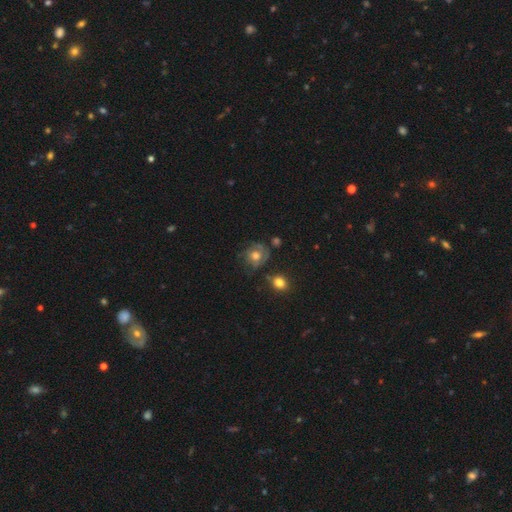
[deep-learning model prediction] Q: Smooth or featured?
A: featured or disk (50%); runner-up: smooth (40%)
Q: Merging?
A: none (60%); runner-up: minor disturbance (23%)